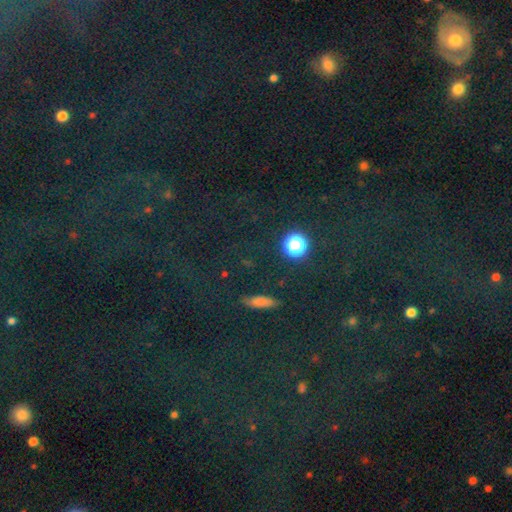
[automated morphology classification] This appears to be a star or artifact, not a galaxy (62%).